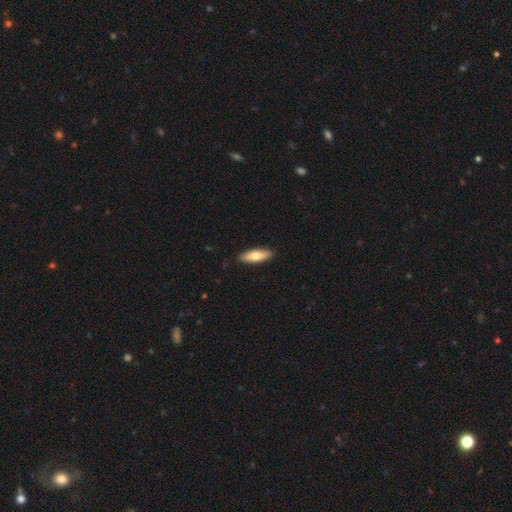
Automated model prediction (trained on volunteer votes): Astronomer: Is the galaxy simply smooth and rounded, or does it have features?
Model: smooth — 71%.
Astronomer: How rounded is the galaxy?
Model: in between — 57% (runner-up: cigar-shaped, 41%).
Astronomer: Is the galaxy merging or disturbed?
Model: none — 90%.